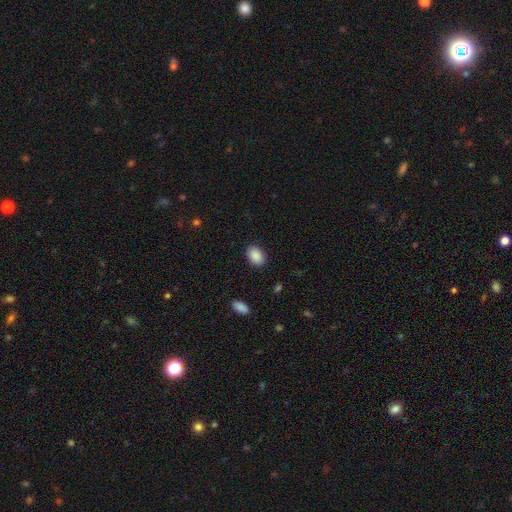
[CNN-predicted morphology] smooth-or-featured: smooth: 90% | star or artifact: 7% | featured or disk: 3%
  how-rounded: in between: 82% | round: 17% | cigar-shaped: 1%
  merging: none: 88% | minor disturbance: 8% | major disturbance: 2% | merger: 1%